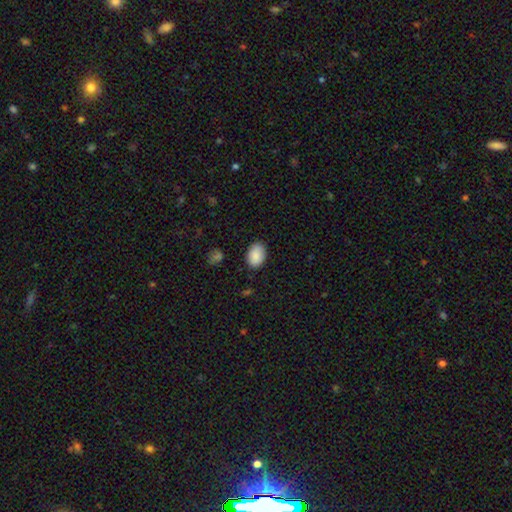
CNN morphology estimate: The model was most divided on "how rounded": in between: 85%, round: 14%, cigar-shaped: 1%. More confident: smooth or featured — smooth (89%); merging — none (85%).